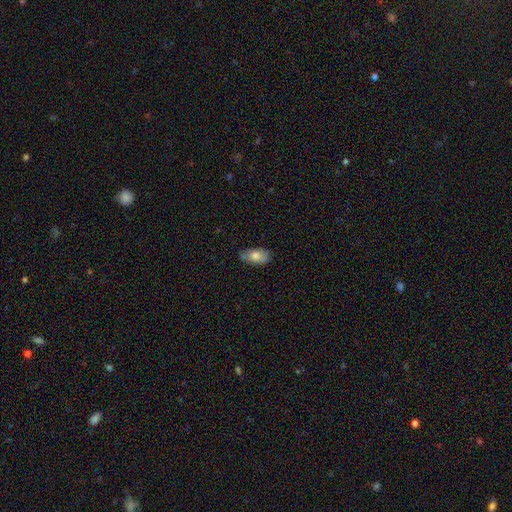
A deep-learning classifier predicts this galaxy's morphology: Q: Smooth or featured?
A: smooth (79%); runner-up: featured or disk (13%)
Q: How rounded?
A: in between (91%); runner-up: round (5%)
Q: Merging?
A: none (71%); runner-up: minor disturbance (23%)